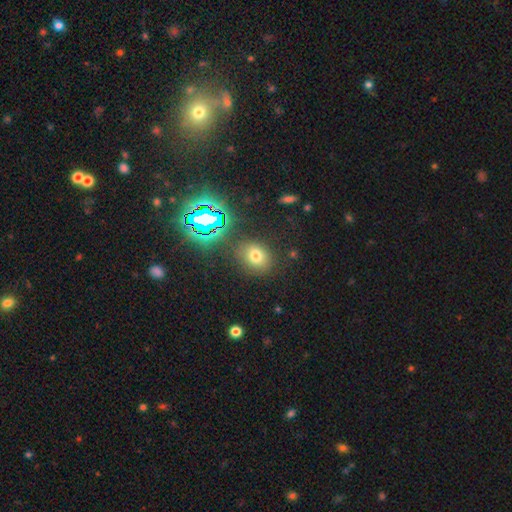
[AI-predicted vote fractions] A smooth galaxy with no disk features (67%) that is round (52%).

Vote fractions:
- Smooth or featured? smooth: 67% / star or artifact: 23% / featured or disk: 10%
- How rounded? round: 52% / in between: 47% / cigar-shaped: 1%
- Merging? none: 80% / minor disturbance: 11% / major disturbance: 5% / merger: 4%